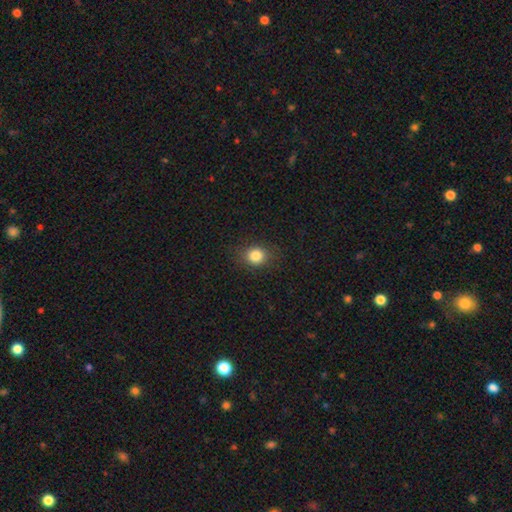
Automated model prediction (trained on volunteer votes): The model was most divided on "how rounded": round: 72%, in between: 27%, cigar-shaped: 1%. More confident: merging — none (86%); smooth or featured — smooth (83%).